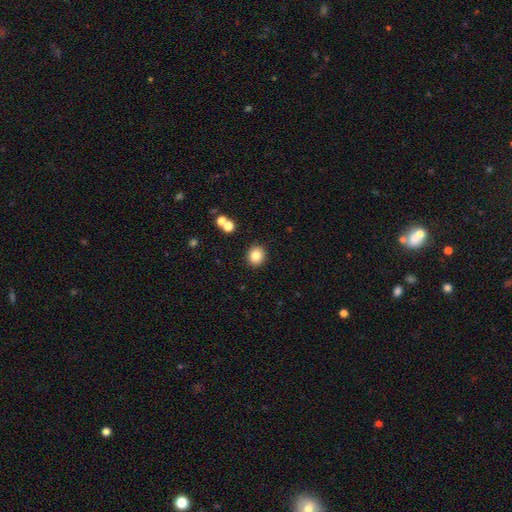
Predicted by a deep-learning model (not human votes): smooth-or-featured: smooth: 83% | star or artifact: 11% | featured or disk: 7%
  how-rounded: round: 87% | in between: 12% | cigar-shaped: 1%
  merging: none: 90% | minor disturbance: 6% | merger: 3% | major disturbance: 2%